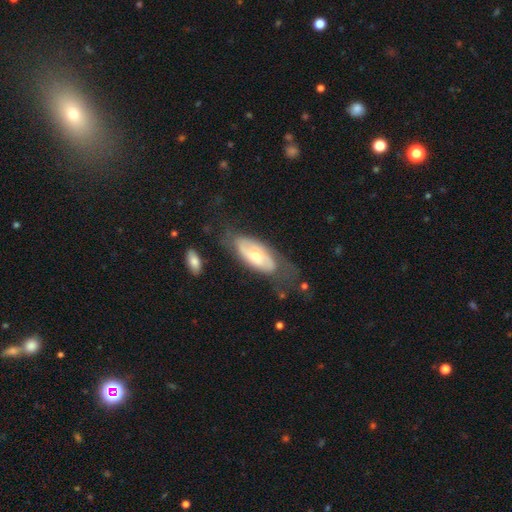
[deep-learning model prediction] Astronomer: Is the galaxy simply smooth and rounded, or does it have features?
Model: featured or disk — 57% (runner-up: smooth, 38%).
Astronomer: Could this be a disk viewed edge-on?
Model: no — 85%.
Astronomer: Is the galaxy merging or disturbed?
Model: none — 49% (runner-up: minor disturbance, 27%).